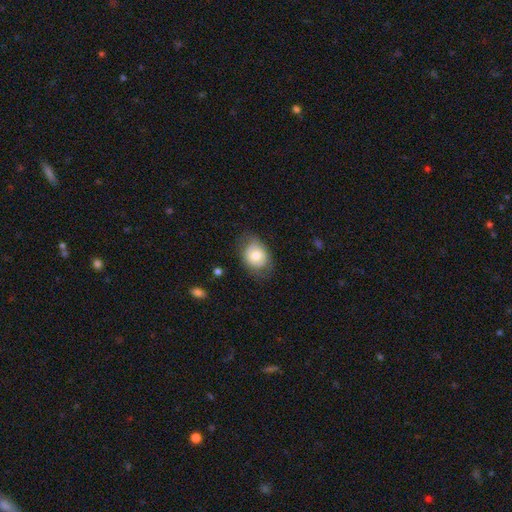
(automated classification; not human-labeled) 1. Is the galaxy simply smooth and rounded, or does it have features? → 71% smooth, 21% featured or disk, 8% star or artifact.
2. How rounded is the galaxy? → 59% in between, 40% round, 1% cigar-shaped.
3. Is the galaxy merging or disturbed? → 68% none, 23% minor disturbance, 8% major disturbance, 1% merger.